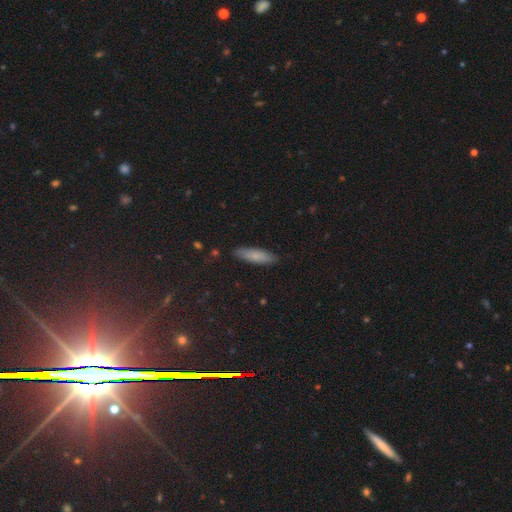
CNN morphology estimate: A smooth galaxy with no disk features (76%) that is cigar-shaped (63%).

Vote fractions:
- Smooth or featured? smooth: 76% / featured or disk: 16% / star or artifact: 8%
- How rounded? cigar-shaped: 63% / in between: 35% / round: 2%
- Merging? none: 87% / minor disturbance: 10% / major disturbance: 2% / merger: 1%